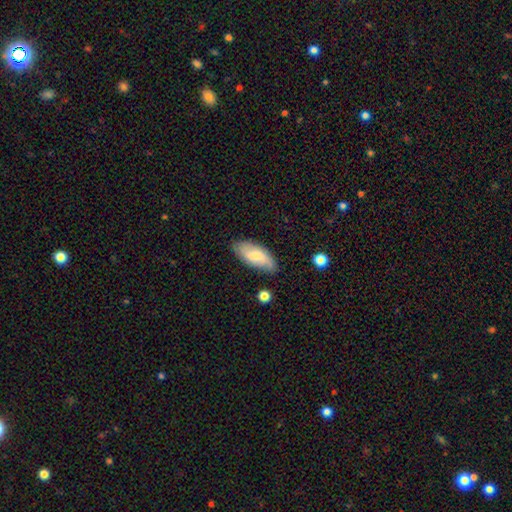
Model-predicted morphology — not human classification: A smooth galaxy with no disk features (57%) that is in between round and cigar-shaped (87%). Merging: none (75%).